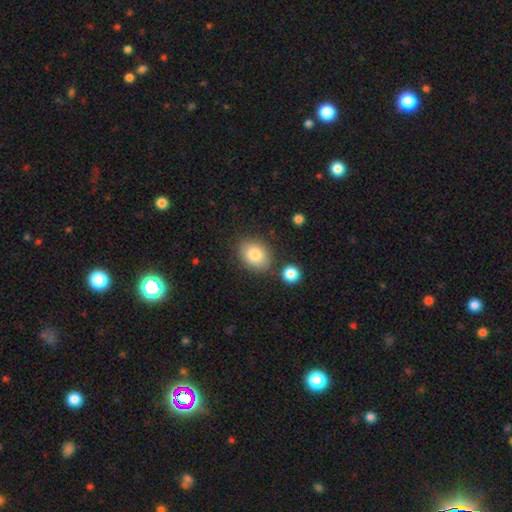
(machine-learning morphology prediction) A smooth galaxy with no disk features (83%) that is in between round and cigar-shaped (66%).

Vote fractions:
- Smooth or featured? smooth: 83% / featured or disk: 9% / star or artifact: 8%
- How rounded? in between: 66% / round: 33% / cigar-shaped: 1%
- Merging? none: 78% / minor disturbance: 12% / merger: 7% / major disturbance: 3%